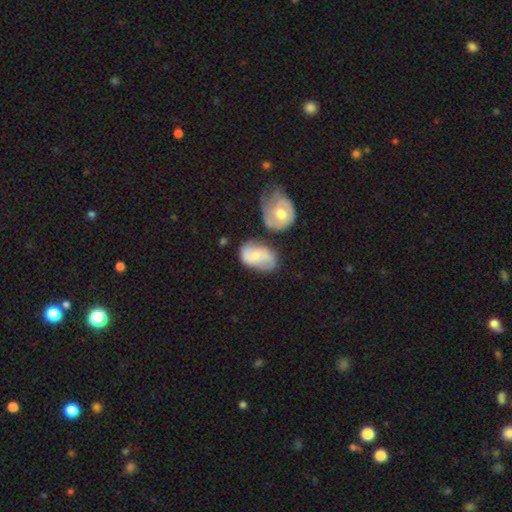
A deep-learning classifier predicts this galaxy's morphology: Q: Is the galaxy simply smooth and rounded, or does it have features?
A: featured or disk — 56%.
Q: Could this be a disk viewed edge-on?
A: no — 97%.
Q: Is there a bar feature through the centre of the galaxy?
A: no — 56%.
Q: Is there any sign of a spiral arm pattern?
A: yes — 83%.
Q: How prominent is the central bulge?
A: small — 59%.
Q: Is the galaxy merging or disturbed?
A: none — 47%.